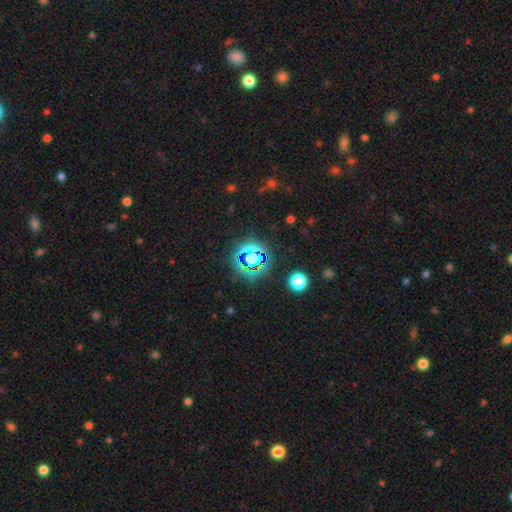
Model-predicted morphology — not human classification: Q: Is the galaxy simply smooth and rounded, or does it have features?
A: star or artifact — 72%.